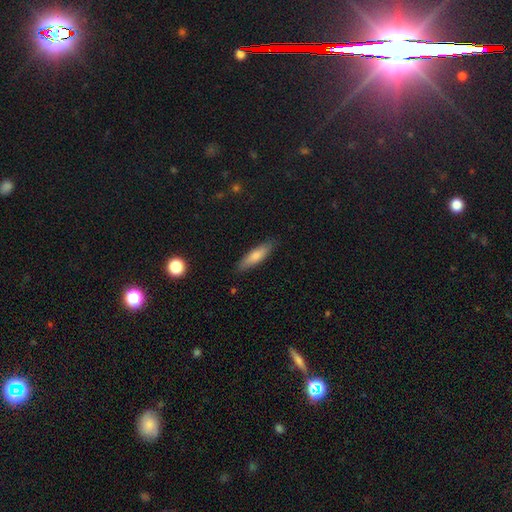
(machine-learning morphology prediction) Smooth or featured? Predicted: smooth (p=0.73). How rounded? Predicted: cigar-shaped (p=0.65). Merging? Predicted: none (p=0.85).